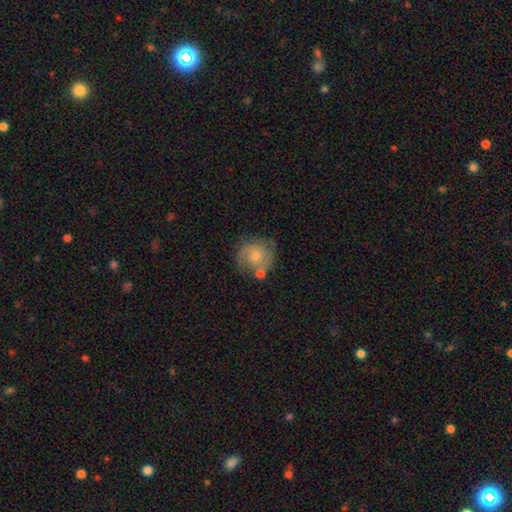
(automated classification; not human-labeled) smooth-or-featured: featured or disk: 53% | smooth: 40% | star or artifact: 7%
  disk-edge-on: no: 98% | yes: 2%
    bar: no: 75% | weak: 22% | strong: 3%
    has-spiral-arms: yes: 82% | no: 18%
    bulge-size: moderate: 50% | small: 41% | none: 4% | large: 4% | dominant: 1%
  merging: none: 59% | minor disturbance: 20% | merger: 13% | major disturbance: 7%